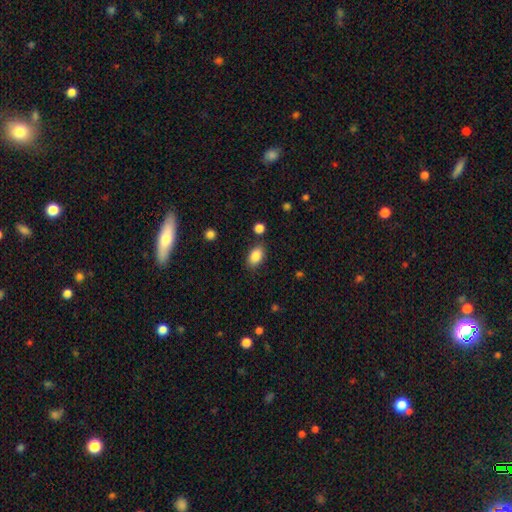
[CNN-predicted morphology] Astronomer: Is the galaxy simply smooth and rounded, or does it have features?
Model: smooth — 86%.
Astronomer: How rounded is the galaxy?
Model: in between — 89%.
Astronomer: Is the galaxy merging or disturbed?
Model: none — 81%.